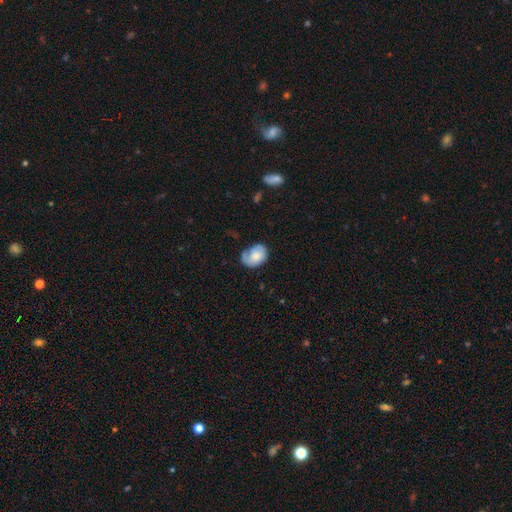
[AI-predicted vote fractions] smooth 67%, featured or disk 26%, star or artifact 7%. Down the decision tree: how rounded — in between (75%); merging — none (53%).